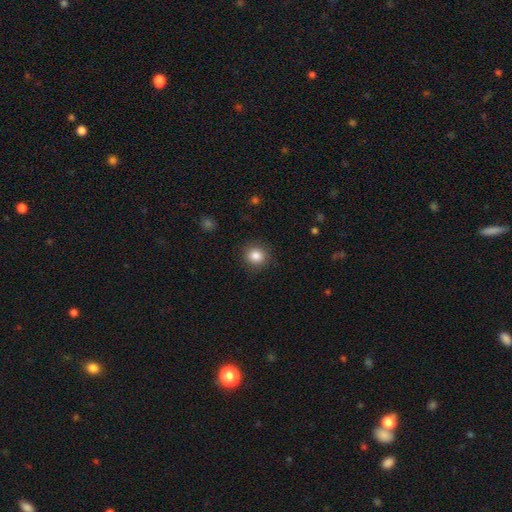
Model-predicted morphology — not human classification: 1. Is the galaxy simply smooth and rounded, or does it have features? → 85% smooth, 10% star or artifact, 5% featured or disk.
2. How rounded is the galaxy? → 86% round, 13% in between, 1% cigar-shaped.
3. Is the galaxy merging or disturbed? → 89% none, 8% minor disturbance, 3% major disturbance, 1% merger.